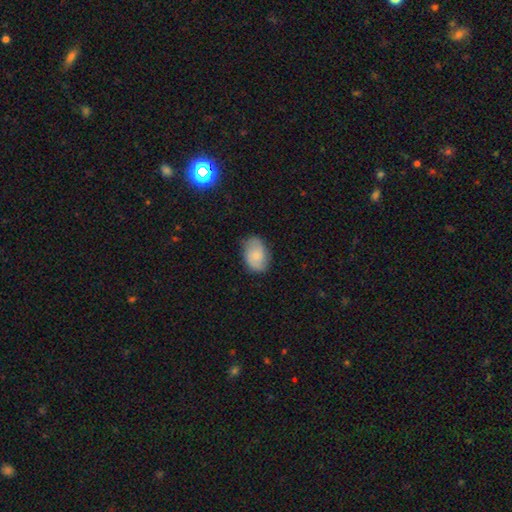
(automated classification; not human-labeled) Smooth or featured: smooth — 65% (featured or disk — 28%)
How rounded: in between — 83% (round — 16%)
Merging: none — 75% (minor disturbance — 19%)